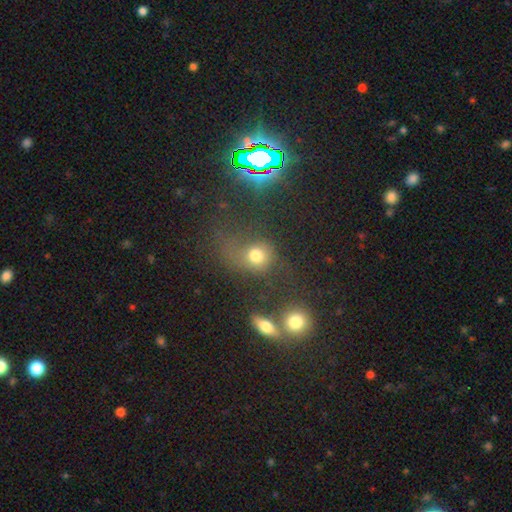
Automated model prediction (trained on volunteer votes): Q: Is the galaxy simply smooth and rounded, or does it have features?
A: smooth — 67%.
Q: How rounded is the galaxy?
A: round — 70%.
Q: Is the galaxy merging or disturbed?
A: none — 44%.